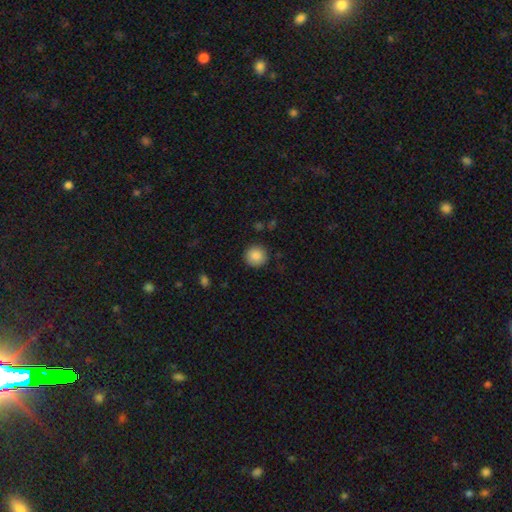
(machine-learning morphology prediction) Overall: smooth (85%). How rounded: round (94%). Merging: none (90%).